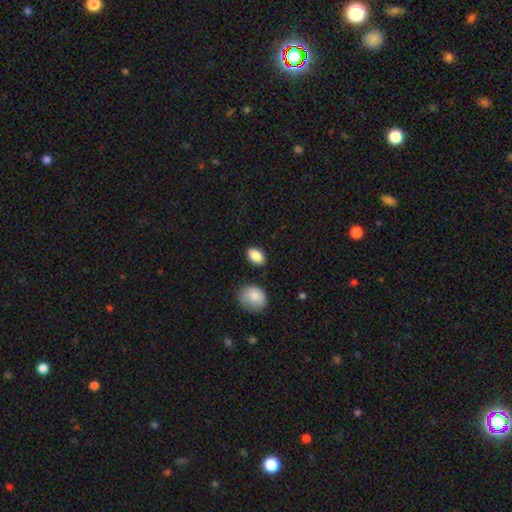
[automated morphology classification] Smooth or featured? smooth (87%)
How rounded? in between (89%)
Merging? none (83%)